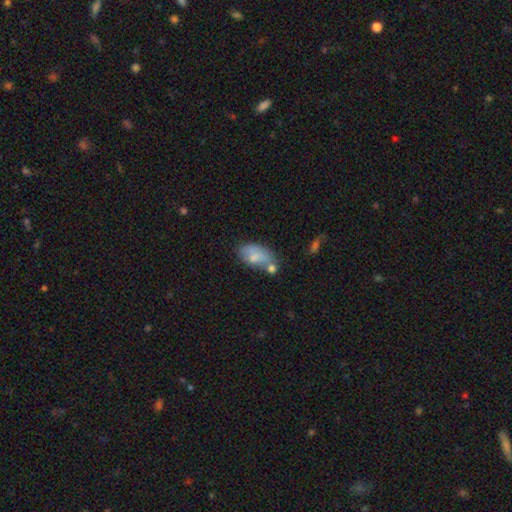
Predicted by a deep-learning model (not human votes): This appears to be a smooth galaxy with no disk features (74%) that is in between round and cigar-shaped (92%). Merging: none (44%).